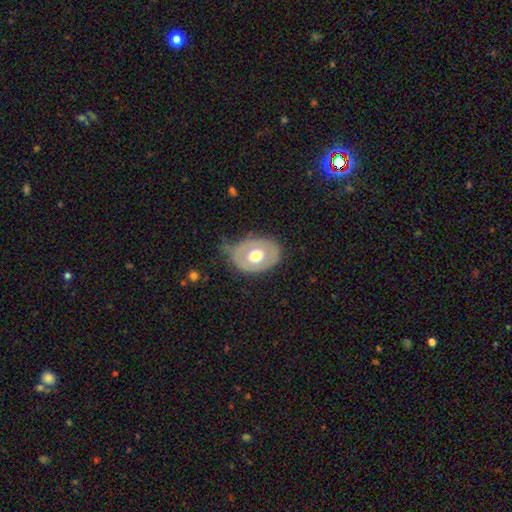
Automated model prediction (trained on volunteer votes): Smooth or featured? smooth (51%)
How rounded? in between (67%)
Merging? none (62%)